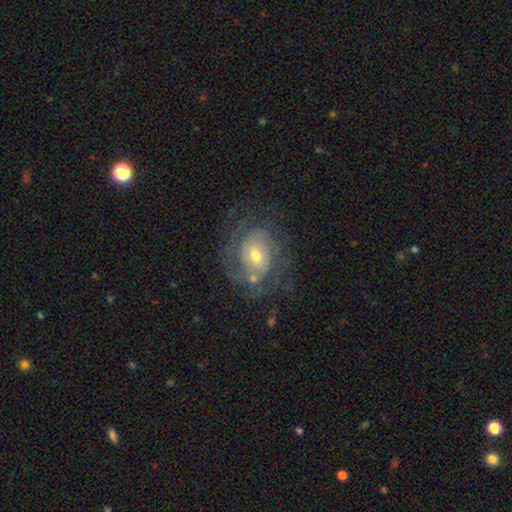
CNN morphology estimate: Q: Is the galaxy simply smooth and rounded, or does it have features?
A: featured or disk — 78%.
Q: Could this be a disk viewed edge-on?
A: no — 97%.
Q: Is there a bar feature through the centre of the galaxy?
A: no — 47%.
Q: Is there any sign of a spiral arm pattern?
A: yes — 88%.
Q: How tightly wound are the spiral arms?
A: tight — 53%.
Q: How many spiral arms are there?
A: can't tell — 40%.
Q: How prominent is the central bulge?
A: moderate — 52%.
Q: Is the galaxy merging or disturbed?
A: none — 61%.